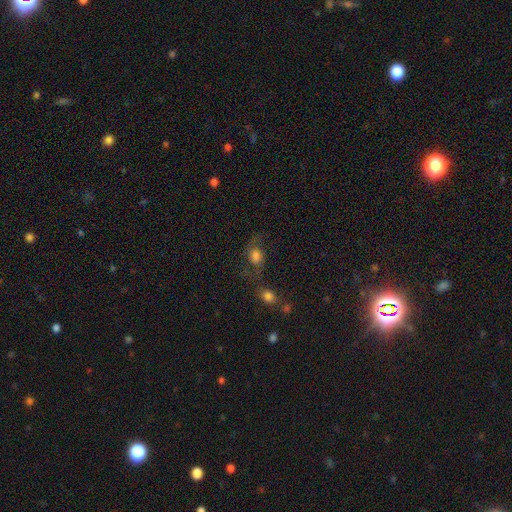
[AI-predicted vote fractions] A smooth galaxy with no disk features (61%) that is in between round and cigar-shaped (58%). Merging: none (38%).